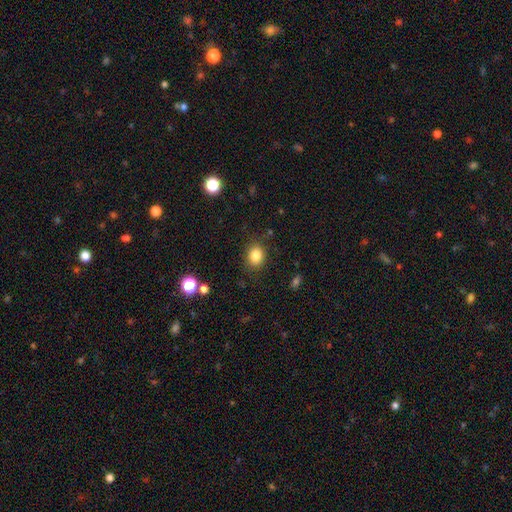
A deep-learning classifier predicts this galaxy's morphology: Q: Smooth or featured?
A: smooth (83%); runner-up: star or artifact (11%)
Q: How rounded?
A: round (56%); runner-up: in between (43%)
Q: Merging?
A: none (85%); runner-up: minor disturbance (10%)